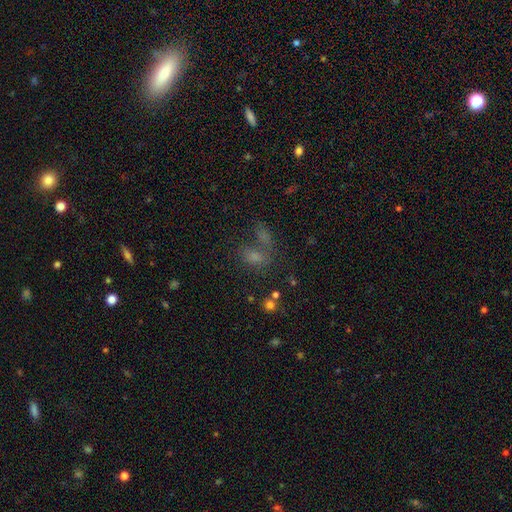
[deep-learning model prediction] A smooth galaxy with no disk features (64%) that is in between round and cigar-shaped (75%). Merging: none (43%).